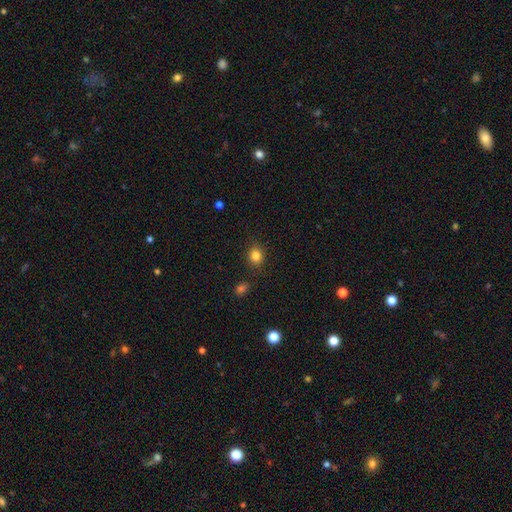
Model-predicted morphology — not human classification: A smooth galaxy with no disk features (83%) that is round (67%).

Vote fractions:
- Smooth or featured? smooth: 83% / star or artifact: 11% / featured or disk: 5%
- How rounded? round: 67% / in between: 32% / cigar-shaped: 1%
- Merging? none: 85% / minor disturbance: 10% / major disturbance: 3% / merger: 2%